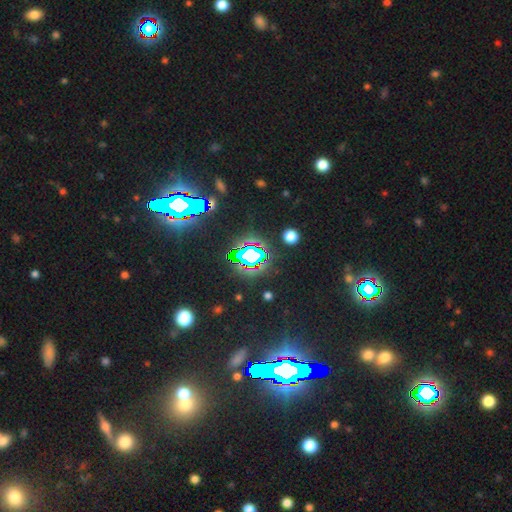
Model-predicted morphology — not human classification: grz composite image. It shows a star or artifact, not a galaxy (72%).